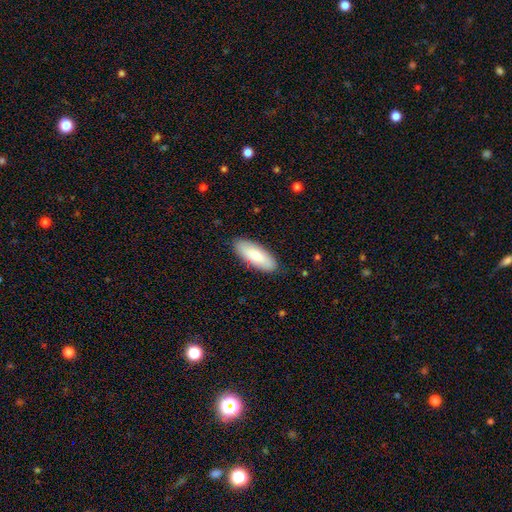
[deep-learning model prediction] A smooth galaxy with no disk features (81%) that is in between round and cigar-shaped (74%).

Vote fractions:
- Smooth or featured? smooth: 81% / featured or disk: 13% / star or artifact: 5%
- How rounded? in between: 74% / cigar-shaped: 25% / round: 2%
- Merging? none: 86% / minor disturbance: 11% / major disturbance: 2% / merger: 1%